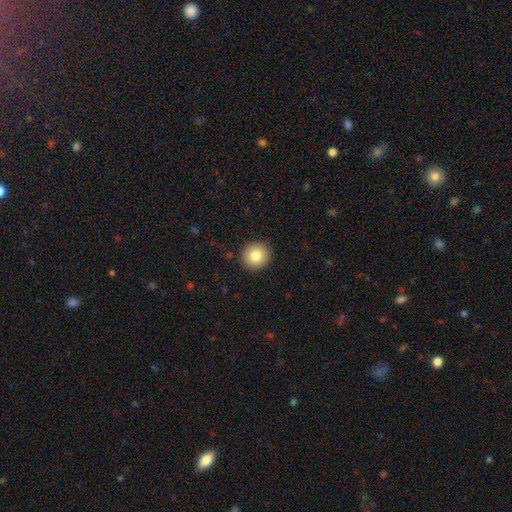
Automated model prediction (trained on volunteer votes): smooth 81%, star or artifact 9%, featured or disk 9%. Down the decision tree: how rounded — round (94%); merging — none (92%).